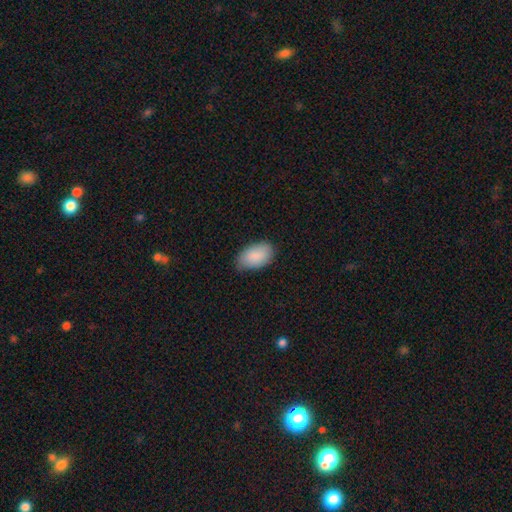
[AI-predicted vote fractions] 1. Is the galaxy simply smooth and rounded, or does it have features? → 89% smooth, 6% star or artifact, 5% featured or disk.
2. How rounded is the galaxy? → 95% in between, 4% round, 1% cigar-shaped.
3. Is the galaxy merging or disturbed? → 73% none, 22% minor disturbance, 3% major disturbance, 1% merger.